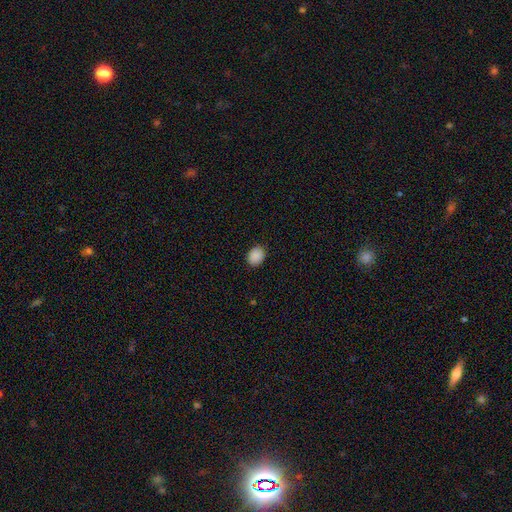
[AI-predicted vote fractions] This appears to be a smooth galaxy with no disk features (89%) that is in between round and cigar-shaped (54%). Merging: none (89%).